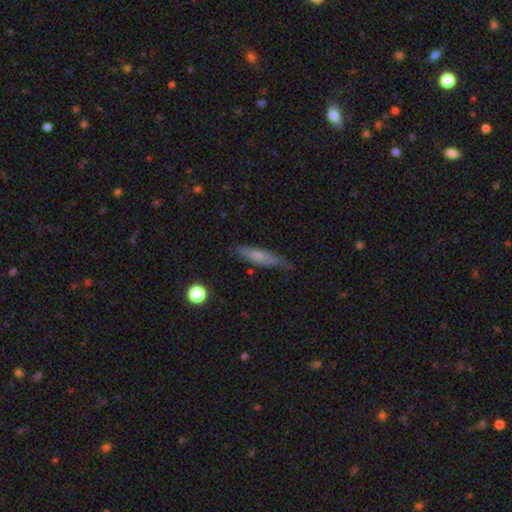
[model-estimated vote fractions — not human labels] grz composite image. It shows a smooth galaxy with no disk features (54%) that is cigar-shaped (81%). Merging: none (76%).